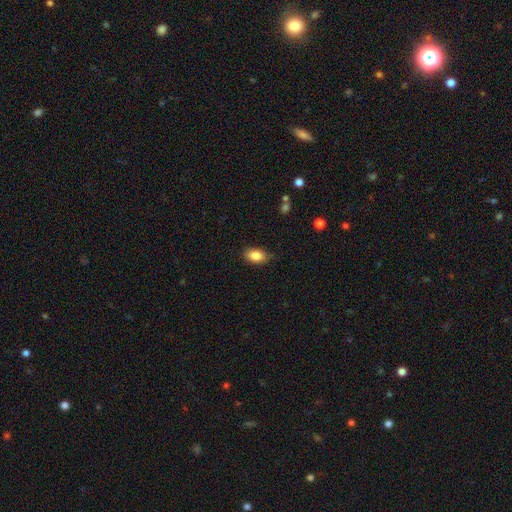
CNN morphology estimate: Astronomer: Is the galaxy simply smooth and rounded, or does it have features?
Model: smooth — 86%.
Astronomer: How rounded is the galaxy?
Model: in between — 90%.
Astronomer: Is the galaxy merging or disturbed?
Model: none — 79%.